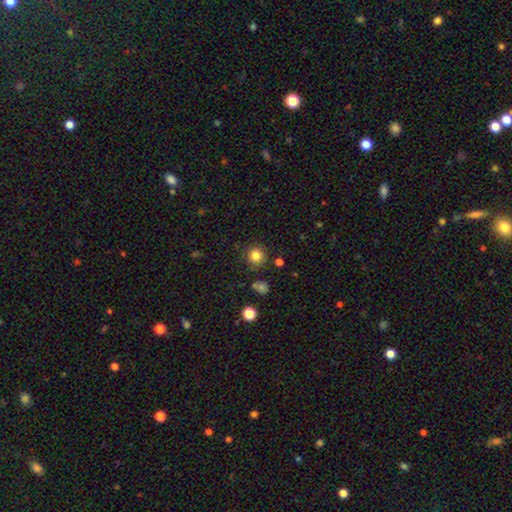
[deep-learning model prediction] A smooth galaxy with no disk features (83%) that is round (92%).

Vote fractions:
- Smooth or featured? smooth: 83% / star or artifact: 12% / featured or disk: 5%
- How rounded? round: 92% / in between: 7% / cigar-shaped: 1%
- Merging? none: 86% / minor disturbance: 8% / merger: 3% / major disturbance: 3%